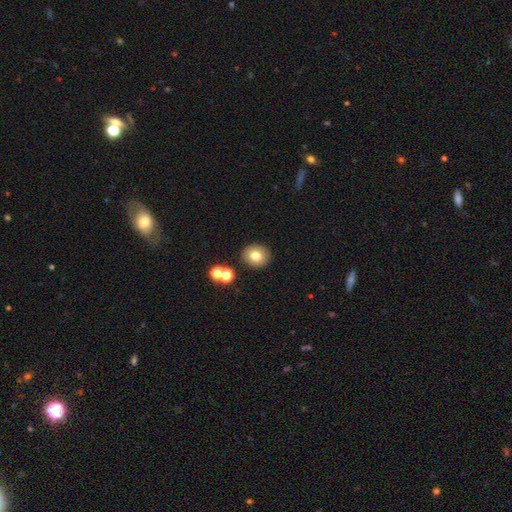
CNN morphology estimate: This appears to be a smooth galaxy with no disk features (76%) that is round (76%). Merging: none (86%).